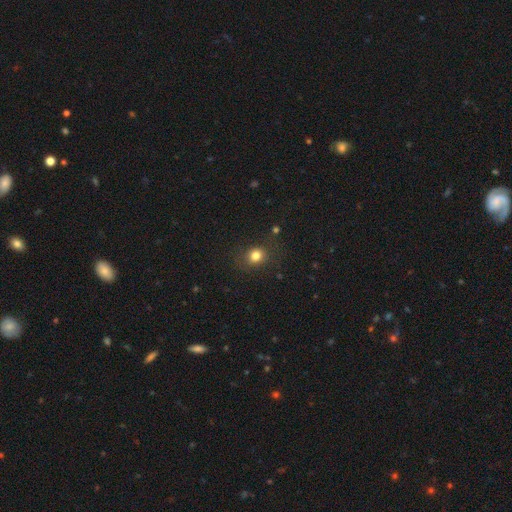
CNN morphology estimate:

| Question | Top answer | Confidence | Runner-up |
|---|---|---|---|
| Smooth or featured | smooth | 80% | star or artifact (13%) |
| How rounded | round | 69% | in between (30%) |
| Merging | none | 80% | minor disturbance (13%) |